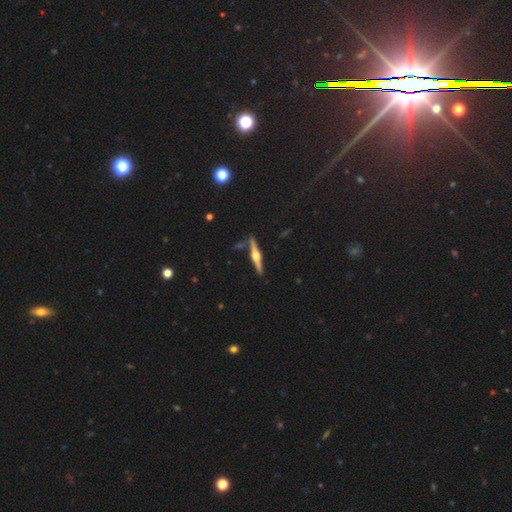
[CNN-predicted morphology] Smooth or featured? Predicted: featured or disk (p=0.81). Edge-on disk? Predicted: yes (p=0.98). Edge-on bulge? Predicted: rounded (p=0.95). Merging? Predicted: none (p=0.86).